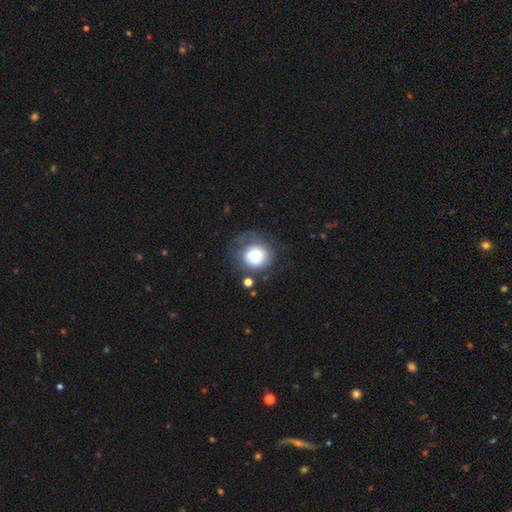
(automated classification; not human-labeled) Overall: smooth (64%; featured or disk 27%). How rounded: round (81%). Merging: none (43%; major disturbance 25%).